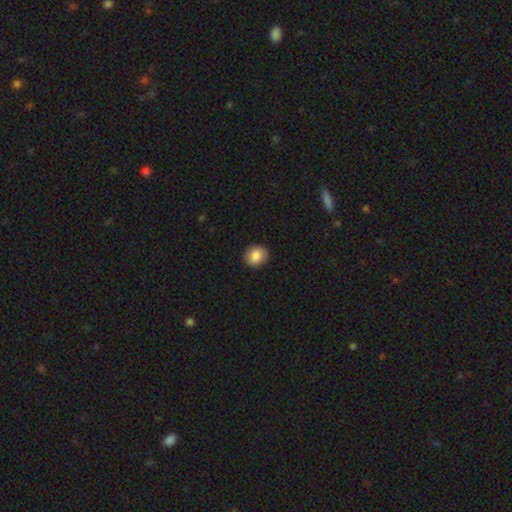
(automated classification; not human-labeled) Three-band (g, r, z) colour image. It shows a smooth galaxy with no disk features (86%) that is round (74%). Merging: none (89%).